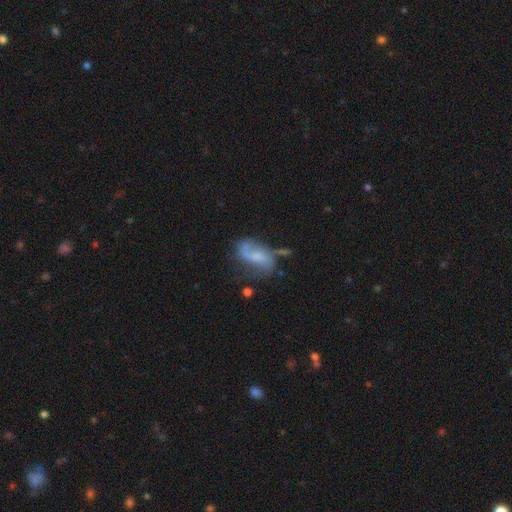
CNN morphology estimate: This appears to be a featured or disk galaxy (65%) with no bar (47%), 2 (75%) loose (62%) spiral arms (86%) and a small central bulge (38%). Merging: none (44%).